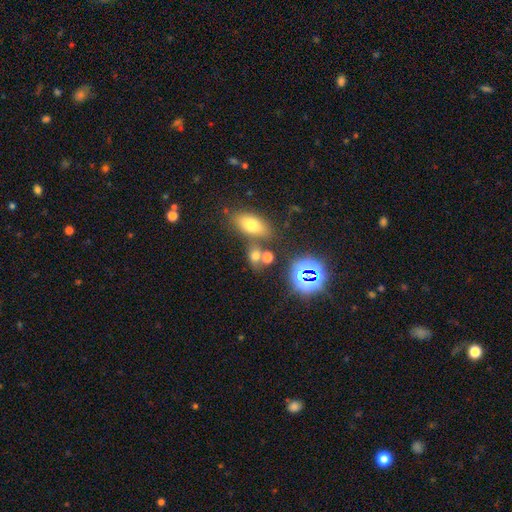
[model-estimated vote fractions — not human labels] Smooth or featured?
  - smooth: 61% *
  - star or artifact: 28%
  - featured or disk: 11%
How rounded?
  - in between: 58% *
  - round: 38%
  - cigar-shaped: 4%
Merging?
  - none: 54% *
  - merger: 29%
  - minor disturbance: 11%
  - major disturbance: 6%